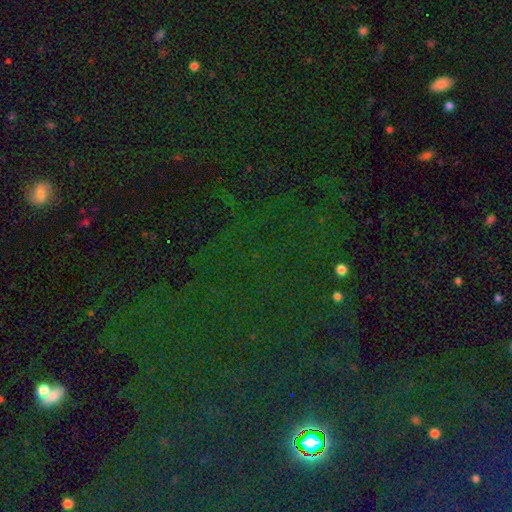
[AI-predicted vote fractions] Morphology: type=star or artifact (82%).